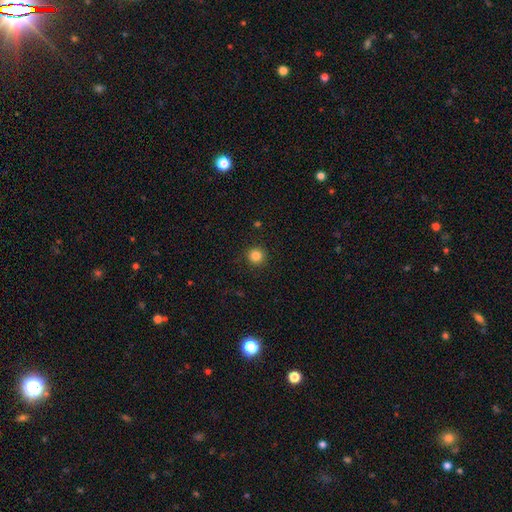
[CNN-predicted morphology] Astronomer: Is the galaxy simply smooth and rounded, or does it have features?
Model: smooth — 84%.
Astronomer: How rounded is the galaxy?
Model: round — 95%.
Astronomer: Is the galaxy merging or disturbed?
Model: none — 91%.